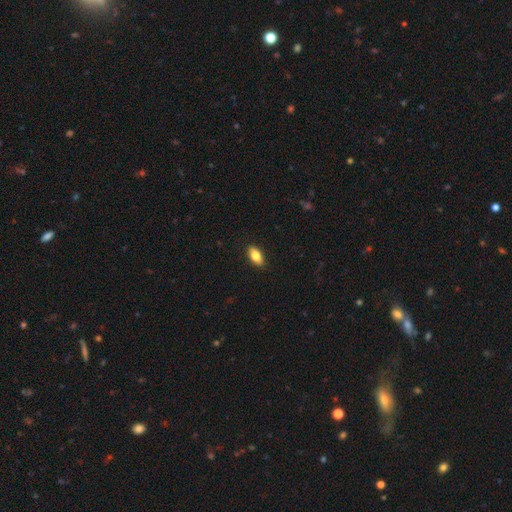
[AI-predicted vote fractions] Smooth or featured? Predicted: smooth (p=0.80). How rounded? Predicted: in between (p=0.89). Merging? Predicted: none (p=0.90).